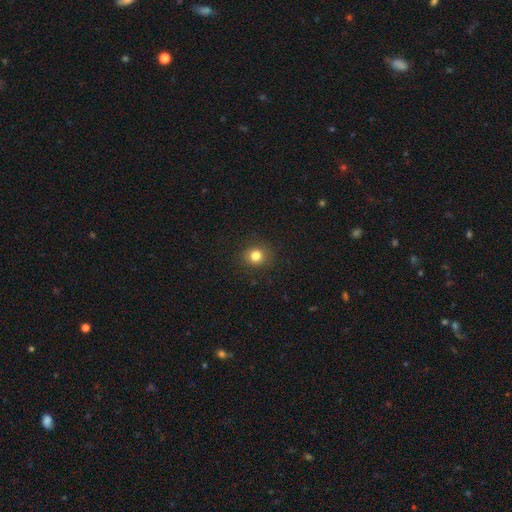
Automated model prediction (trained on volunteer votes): Smooth or featured: smooth — 82% (star or artifact — 12%)
How rounded: round — 82% (in between — 17%)
Merging: none — 89% (minor disturbance — 7%)